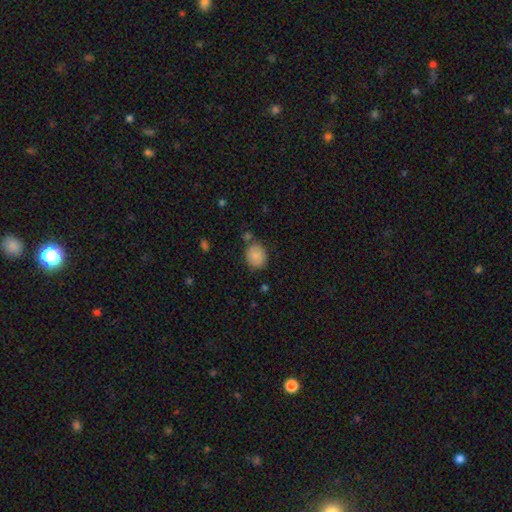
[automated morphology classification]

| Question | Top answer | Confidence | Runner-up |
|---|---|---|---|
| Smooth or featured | smooth | 85% | featured or disk (8%) |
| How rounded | round | 57% | in between (42%) |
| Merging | none | 71% | minor disturbance (16%) |